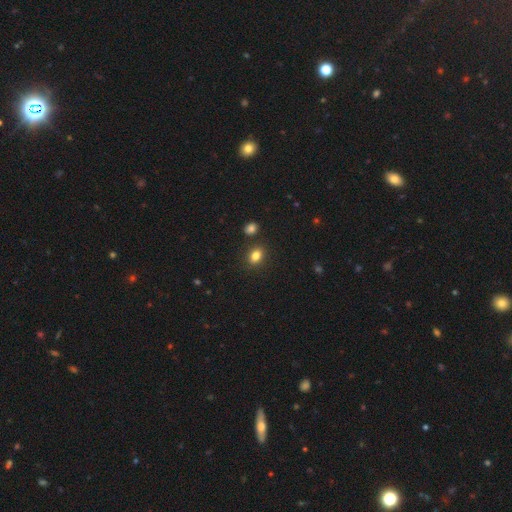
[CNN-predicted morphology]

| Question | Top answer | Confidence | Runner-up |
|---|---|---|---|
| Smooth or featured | smooth | 83% | star or artifact (10%) |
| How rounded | in between | 71% | round (27%) |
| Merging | none | 83% | minor disturbance (9%) |